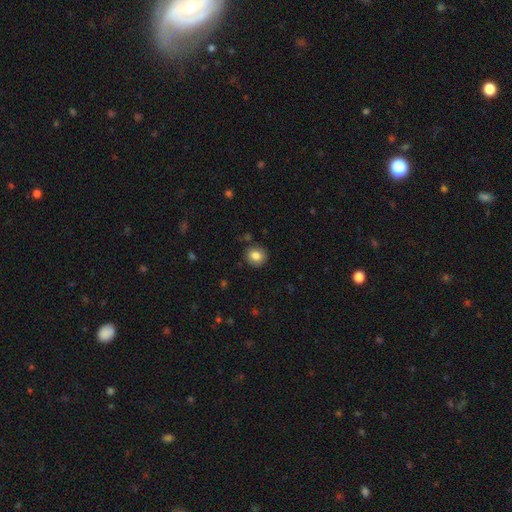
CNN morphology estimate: type=smooth (83%); roundness=round (84%); merging=none (86%).